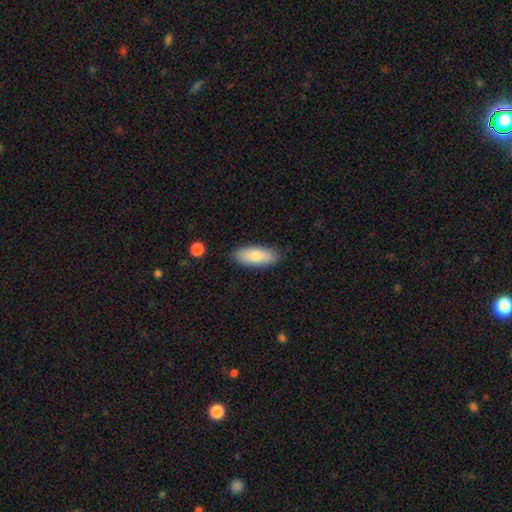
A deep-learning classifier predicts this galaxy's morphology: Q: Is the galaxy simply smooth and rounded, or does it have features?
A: smooth — 80%.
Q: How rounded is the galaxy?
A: in between — 78%.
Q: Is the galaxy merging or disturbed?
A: none — 85%.